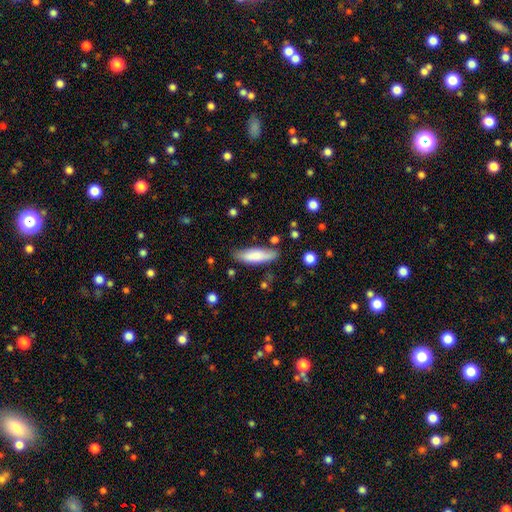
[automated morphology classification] smooth_or_featured: smooth (p=0.79) [alt: featured or disk p=0.15]
how_rounded: cigar-shaped (p=0.56) [alt: in between p=0.42]
merging: none (p=0.78) [alt: minor disturbance p=0.16]